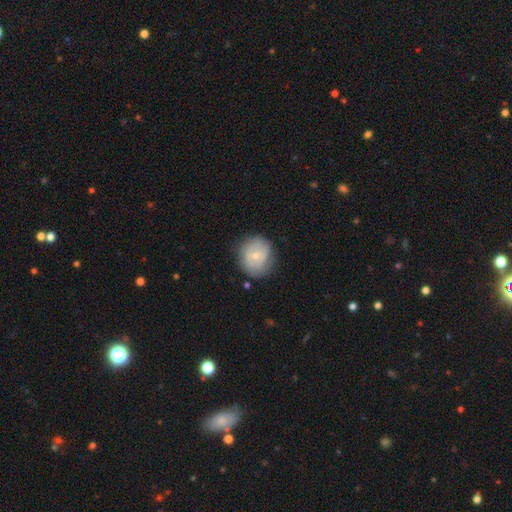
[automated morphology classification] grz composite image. It shows a smooth galaxy with no disk features (54%) that is round (79%). Merging: none (71%).